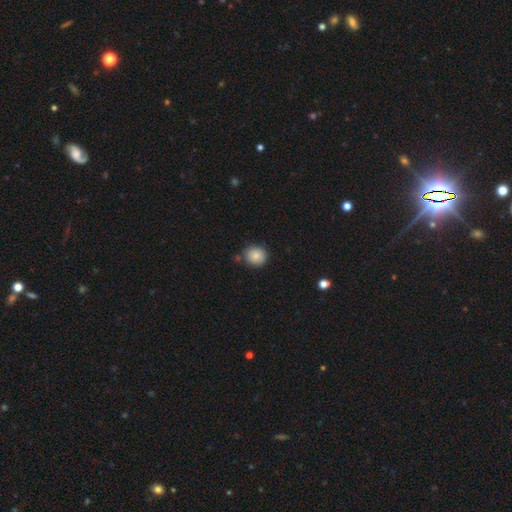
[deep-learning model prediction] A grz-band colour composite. It shows a smooth galaxy with no disk features (84%) that is round (89%). Merging: none (80%).